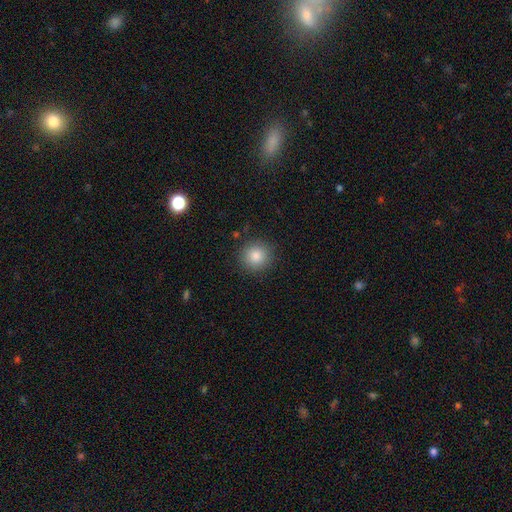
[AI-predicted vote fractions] Smooth or featured? Predicted: smooth (p=0.84). How rounded? Predicted: round (p=0.93). Merging? Predicted: none (p=0.89).